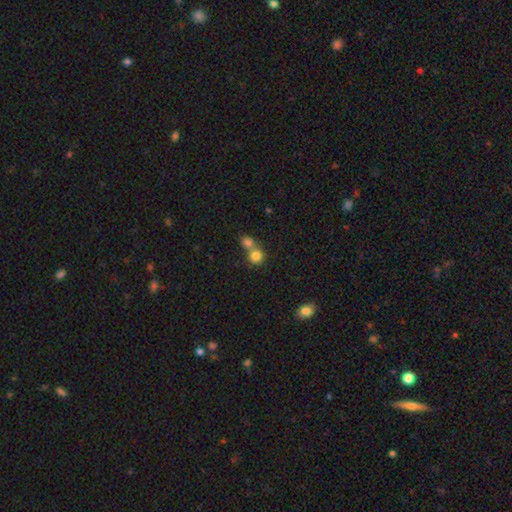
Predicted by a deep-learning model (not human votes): A smooth galaxy with no disk features (81%) that is round (88%). Merging: merger (50%).